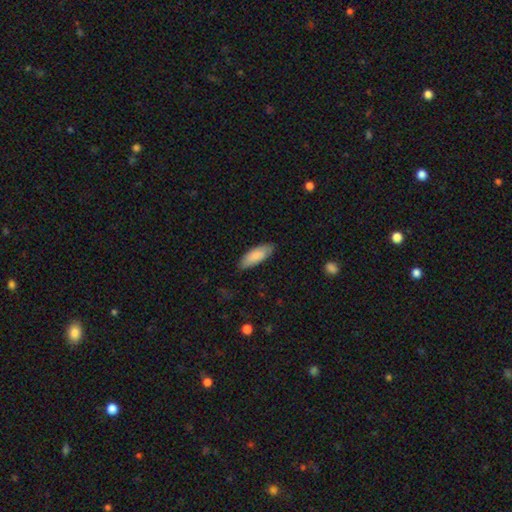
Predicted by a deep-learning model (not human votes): This is clearly a smooth galaxy (86%). How rounded: likely in between (72%). Merging: clearly none (83%).